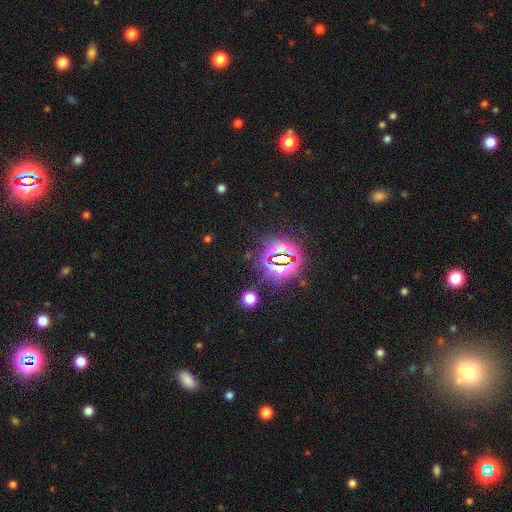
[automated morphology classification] Smooth or featured?
  - star or artifact: 79% *
  - smooth: 13%
  - featured or disk: 7%